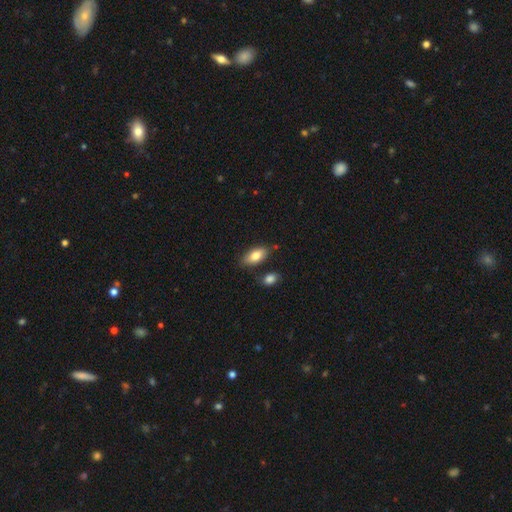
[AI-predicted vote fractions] Smooth or featured: smooth — 81% (featured or disk — 12%)
How rounded: in between — 90% (cigar-shaped — 7%)
Merging: none — 76% (minor disturbance — 14%)